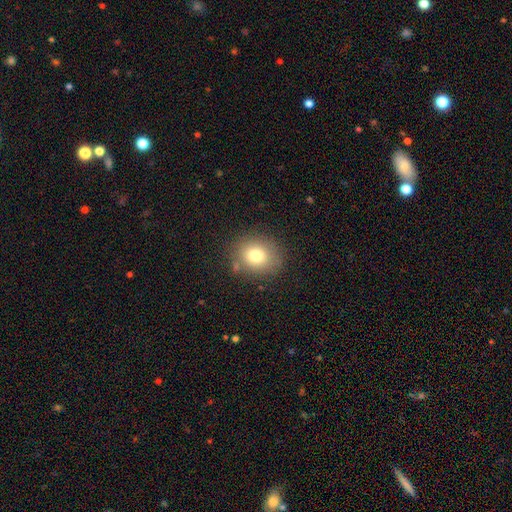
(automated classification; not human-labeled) This is likely a smooth galaxy (77%). How rounded: likely round (68%). Merging: clearly none (81%).